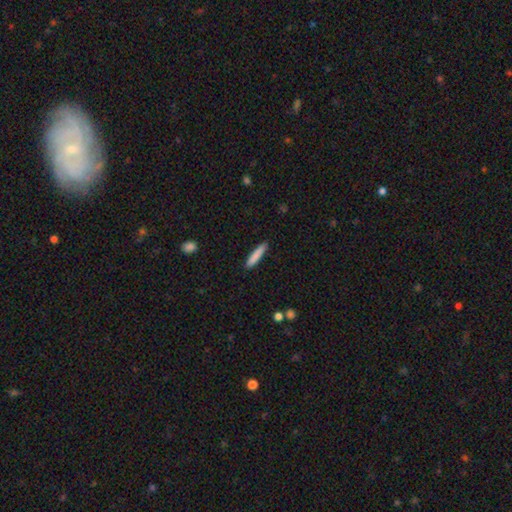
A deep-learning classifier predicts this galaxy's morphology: smooth-or-featured: smooth: 84% | featured or disk: 10% | star or artifact: 6%
  how-rounded: cigar-shaped: 91% | in between: 8% | round: 1%
  merging: none: 90% | minor disturbance: 7% | major disturbance: 2% | merger: 1%